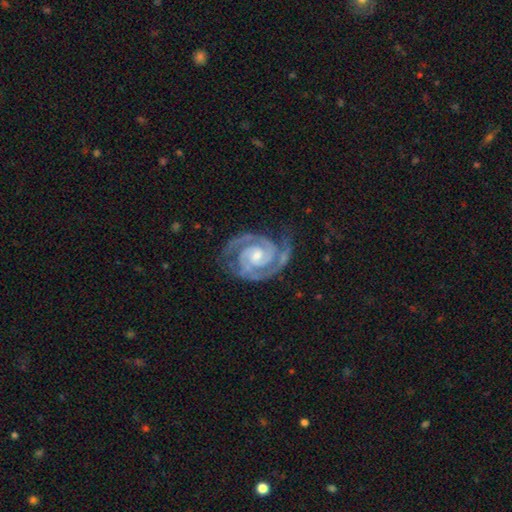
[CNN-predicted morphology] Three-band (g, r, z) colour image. It shows a featured or disk galaxy (94%) with no bar (52%), 2 (85%) tight (72%) spiral arms (99%) and a small central bulge (48%). Merging: none (76%).